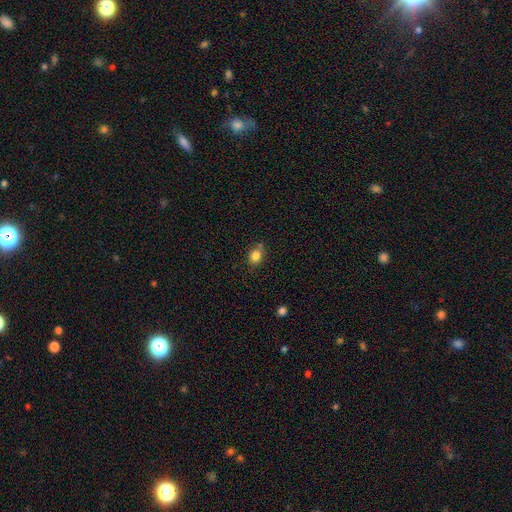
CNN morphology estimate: smooth-or-featured: smooth: 82% | star or artifact: 11% | featured or disk: 6%
  how-rounded: round: 53% | in between: 46% | cigar-shaped: 1%
  merging: none: 71% | minor disturbance: 17% | merger: 8% | major disturbance: 4%